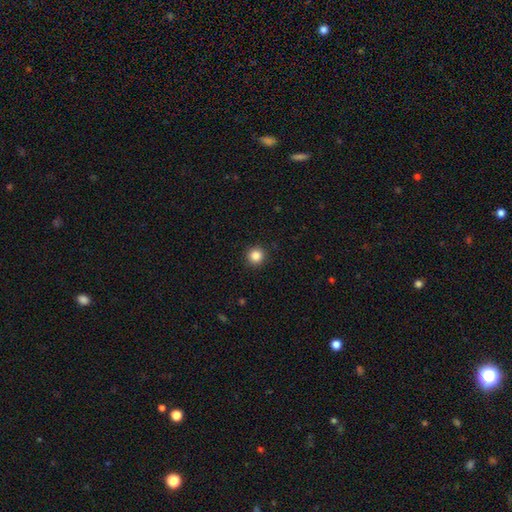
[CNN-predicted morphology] Smooth or featured? smooth (85%)
How rounded? round (95%)
Merging? none (92%)